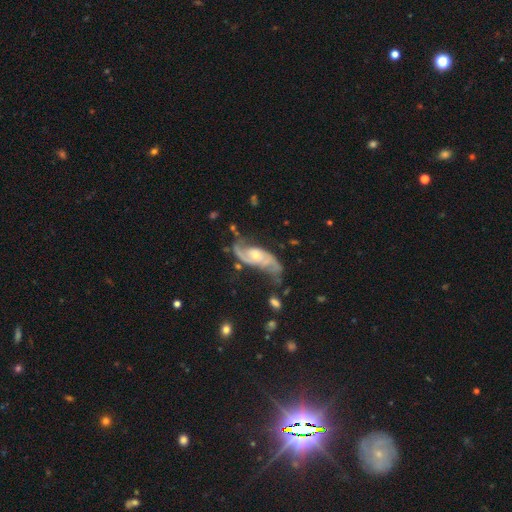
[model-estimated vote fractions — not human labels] Q: Smooth or featured?
A: featured or disk (86%); runner-up: smooth (9%)
Q: Edge-on disk?
A: no (94%); runner-up: yes (6%)
Q: Bar?
A: no (63%); runner-up: weak (29%)
Q: Spiral arms?
A: yes (96%); runner-up: no (4%)
Q: Spiral winding?
A: medium (45%); runner-up: loose (34%)
Q: Spiral arm count?
A: 2 (85%); runner-up: can't tell (6%)
Q: Bulge size?
A: small (52%); runner-up: moderate (43%)
Q: Merging?
A: none (56%); runner-up: minor disturbance (24%)